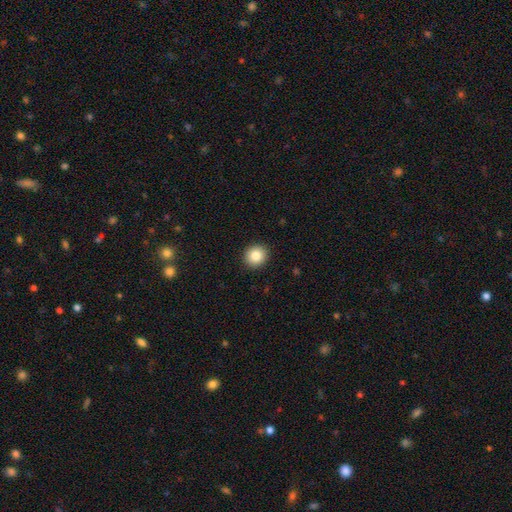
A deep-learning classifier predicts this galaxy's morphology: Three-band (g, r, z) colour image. It shows a smooth galaxy with no disk features (84%) that is round (86%). Merging: none (92%).